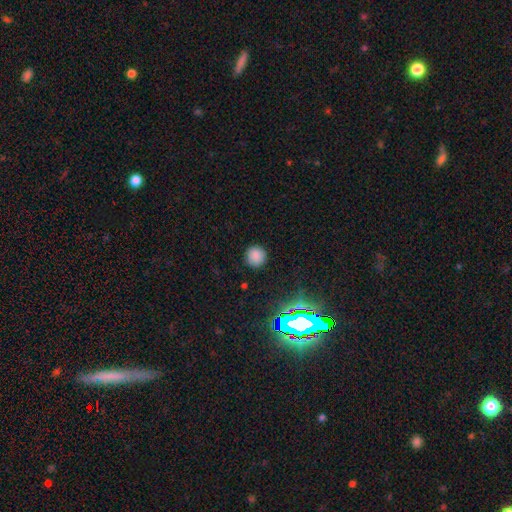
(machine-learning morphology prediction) Smooth or featured: smooth — 82% (star or artifact — 14%)
How rounded: round — 94% (in between — 5%)
Merging: none — 89% (minor disturbance — 7%)